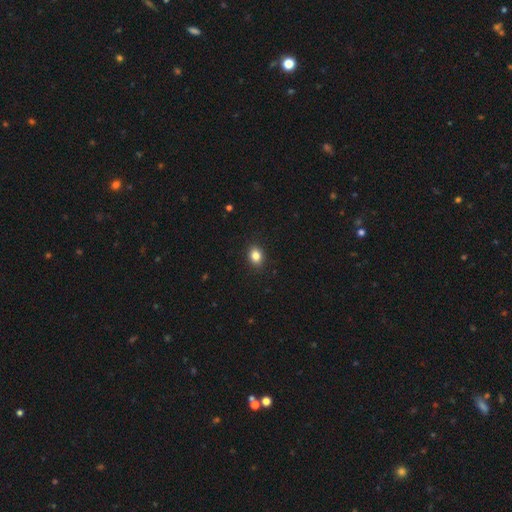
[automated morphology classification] This appears to be a smooth galaxy with no disk features (84%) that is in between round and cigar-shaped (57%). Merging: none (90%).